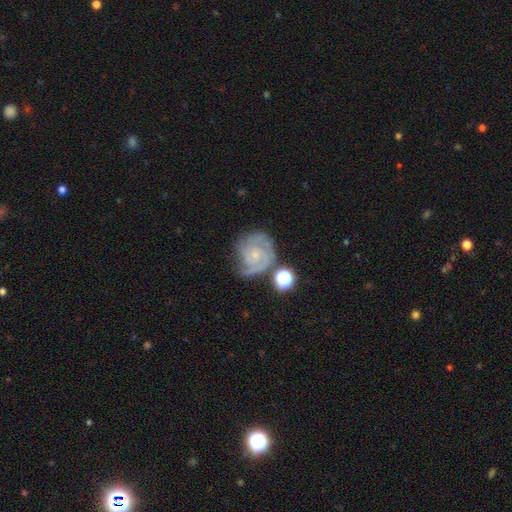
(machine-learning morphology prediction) Smooth or featured? Predicted: featured or disk (p=0.86). Edge-on disk? Predicted: no (p=0.98). Bar? Predicted: no (p=0.70). Spiral arms? Predicted: yes (p=0.97). Spiral winding? Predicted: tight (p=0.67). Spiral arm count? Predicted: 2 (p=0.37). Bulge size? Predicted: small (p=0.73). Merging? Predicted: none (p=0.60).